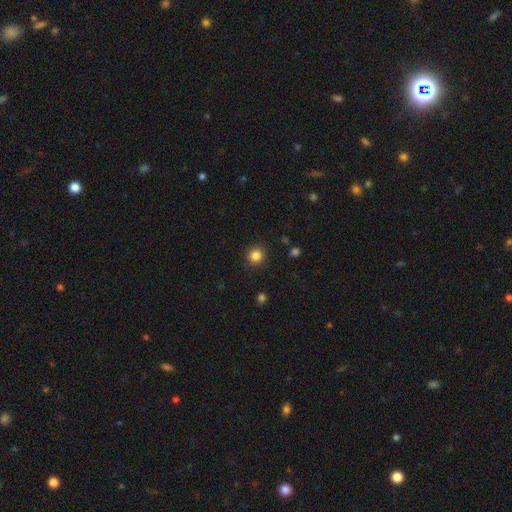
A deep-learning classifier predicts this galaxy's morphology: Smooth or featured? smooth (84%)
How rounded? round (93%)
Merging? none (91%)